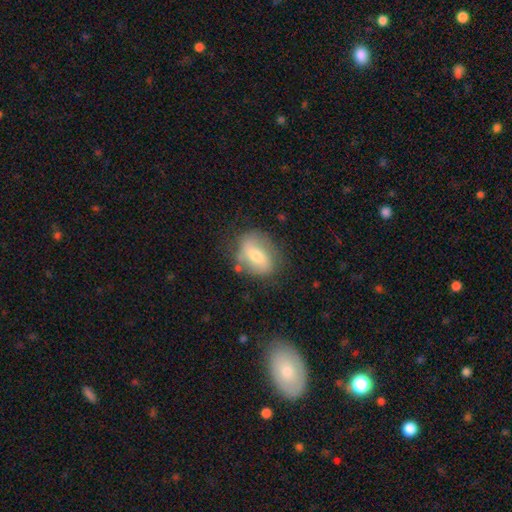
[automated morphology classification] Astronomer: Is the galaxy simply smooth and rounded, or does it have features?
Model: smooth — 50% (runner-up: featured or disk, 42%).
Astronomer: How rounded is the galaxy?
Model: in between — 67%.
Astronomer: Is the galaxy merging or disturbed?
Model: none — 67%.